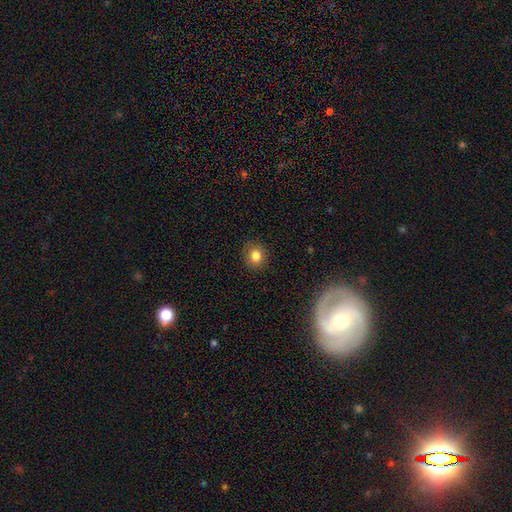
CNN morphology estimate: Smooth or featured: smooth — 82% (star or artifact — 11%)
How rounded: round — 79% (in between — 20%)
Merging: none — 87% (minor disturbance — 9%)